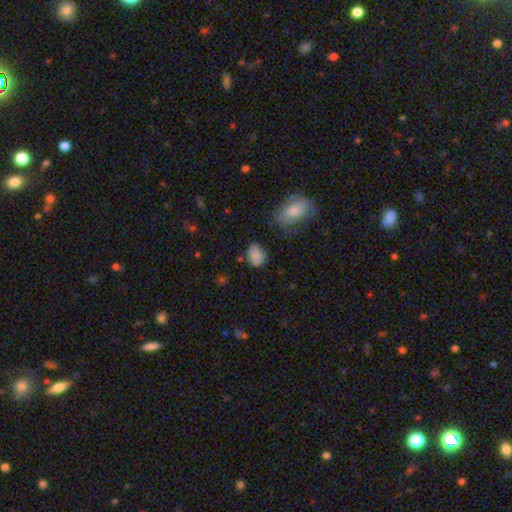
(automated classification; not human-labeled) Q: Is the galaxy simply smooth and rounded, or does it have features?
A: smooth — 80%.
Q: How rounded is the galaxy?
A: in between — 57%.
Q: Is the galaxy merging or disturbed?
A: none — 61%.